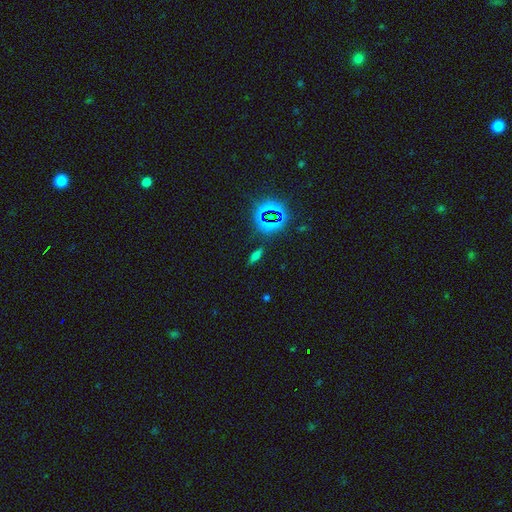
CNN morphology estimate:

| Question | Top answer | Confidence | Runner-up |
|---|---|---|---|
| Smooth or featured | smooth | 51% | star or artifact (31%) |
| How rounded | in between | 49% | cigar-shaped (43%) |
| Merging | none | 82% | minor disturbance (11%) |